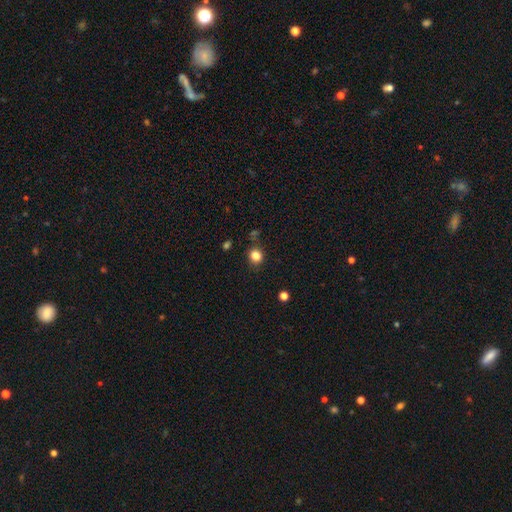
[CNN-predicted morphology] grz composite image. It shows a smooth galaxy with no disk features (84%) that is round (78%). Merging: none (83%).